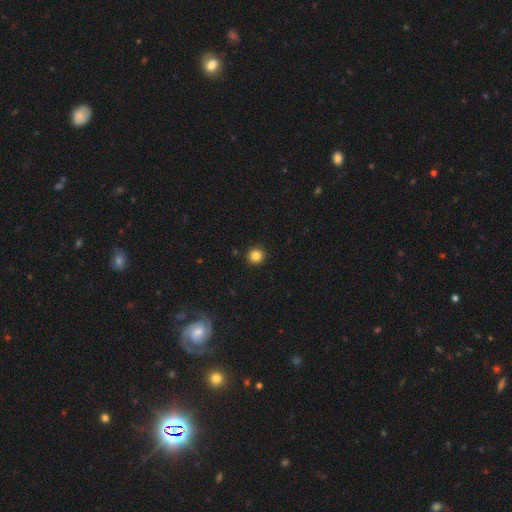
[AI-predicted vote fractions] Smooth or featured? Predicted: smooth (p=0.84). How rounded? Predicted: round (p=0.95). Merging? Predicted: none (p=0.93).